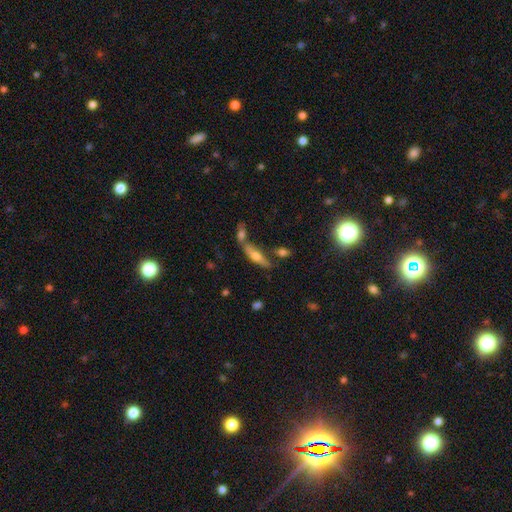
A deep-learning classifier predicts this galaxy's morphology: Smooth or featured?
  - smooth: 52% *
  - featured or disk: 39%
  - star or artifact: 9%
How rounded?
  - cigar-shaped: 60% *
  - in between: 37%
  - round: 3%
Merging?
  - none: 47% *
  - merger: 35%
  - minor disturbance: 13%
  - major disturbance: 6%